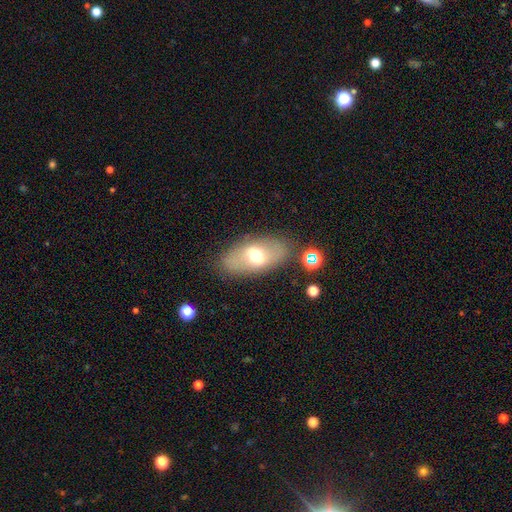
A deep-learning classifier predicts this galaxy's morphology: This appears to be a smooth galaxy with no disk features (55%) that is in between round and cigar-shaped (89%). Merging: none (81%).